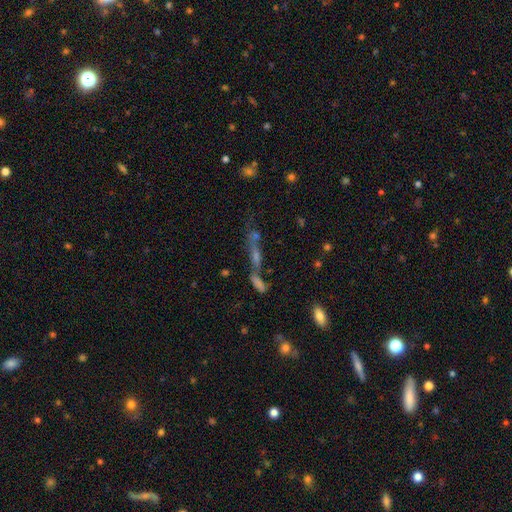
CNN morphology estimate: A featured or disk galaxy (41%). Merging: none (39%).